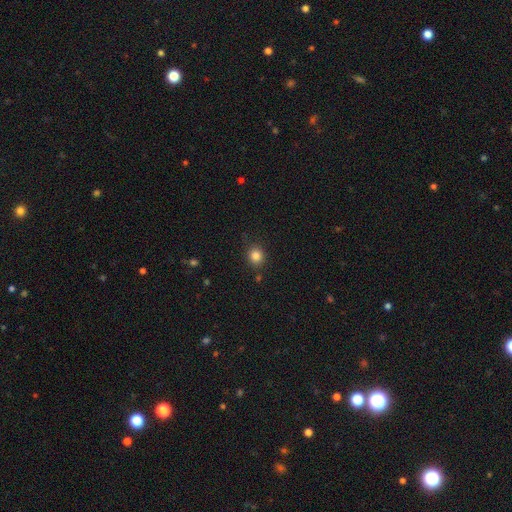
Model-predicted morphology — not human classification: A smooth galaxy with no disk features (84%) that is round (82%).

Vote fractions:
- Smooth or featured? smooth: 84% / star or artifact: 11% / featured or disk: 5%
- How rounded? round: 82% / in between: 17% / cigar-shaped: 1%
- Merging? none: 85% / minor disturbance: 10% / major disturbance: 3% / merger: 3%